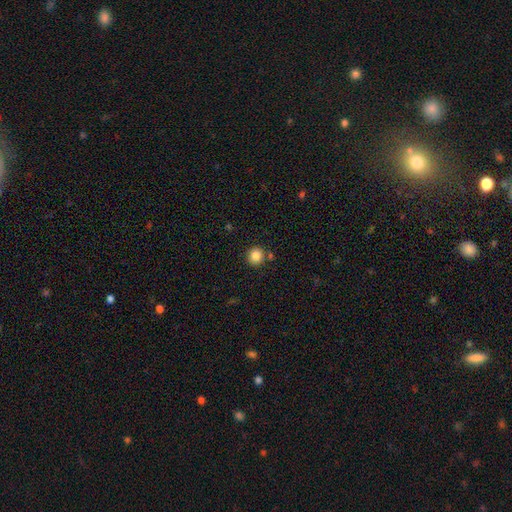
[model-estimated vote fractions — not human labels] smooth 85%, star or artifact 10%, featured or disk 5%. Down the decision tree: how rounded — round (93%); merging — none (84%).